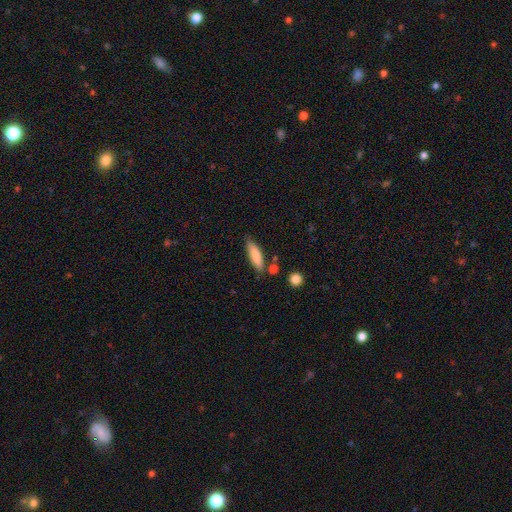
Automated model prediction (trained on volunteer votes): Smooth or featured? Predicted: smooth (p=0.82). How rounded? Predicted: cigar-shaped (p=0.59). Merging? Predicted: none (p=0.76).